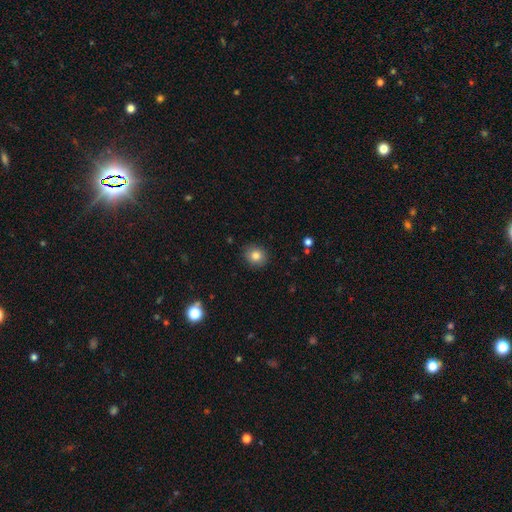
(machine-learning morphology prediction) Smooth or featured? Predicted: smooth (p=0.83). How rounded? Predicted: round (p=0.78). Merging? Predicted: none (p=0.88).